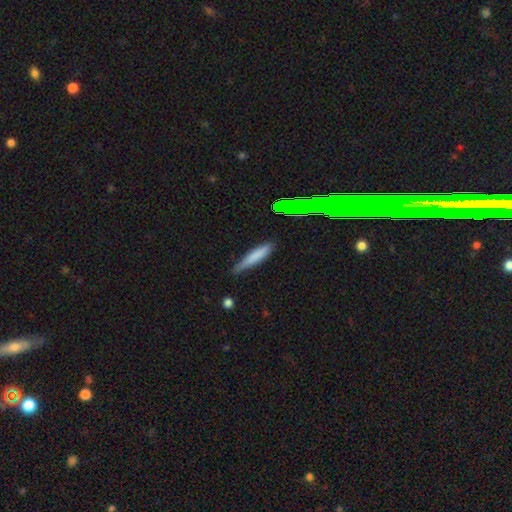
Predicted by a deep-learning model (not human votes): The model was most divided on "merging": none: 73%, minor disturbance: 21%, major disturbance: 3%, merger: 2%. More confident: how rounded — cigar-shaped (86%); smooth or featured — smooth (75%).